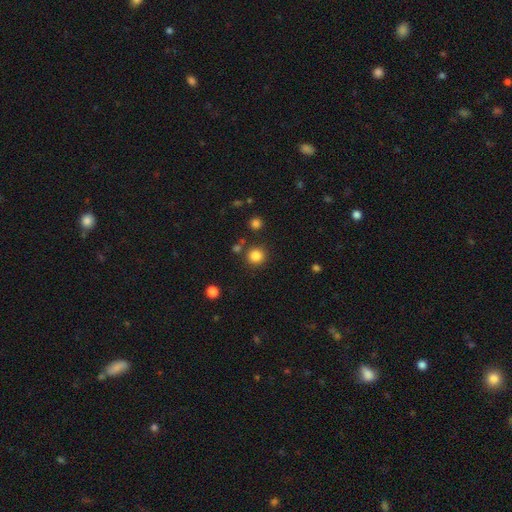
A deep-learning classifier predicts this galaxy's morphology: smooth_or_featured: smooth (p=0.84) [alt: star or artifact p=0.12]
how_rounded: round (p=0.93) [alt: in between p=0.06]
merging: none (p=0.86) [alt: minor disturbance p=0.07]